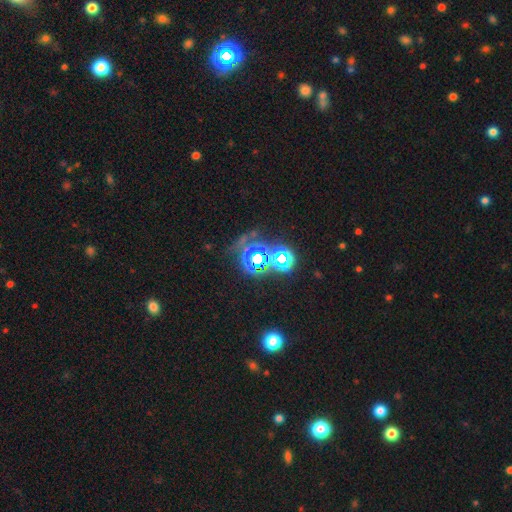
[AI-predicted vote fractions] The model was most divided on "smooth or featured": star or artifact: 68%, smooth: 20%, featured or disk: 11%.